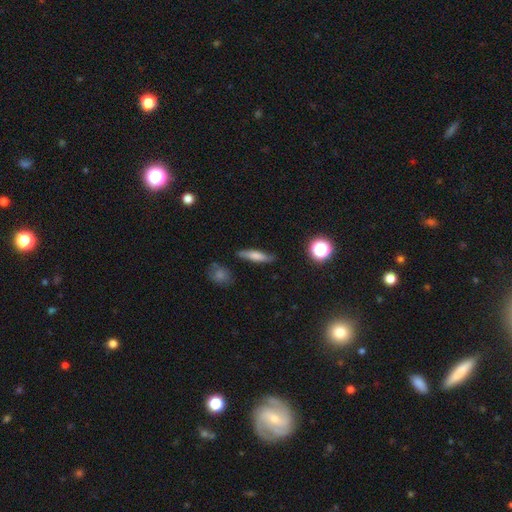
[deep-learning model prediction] smooth 68%, featured or disk 23%, star or artifact 9%. Down the decision tree: how rounded — cigar-shaped (74%); merging — none (81%).